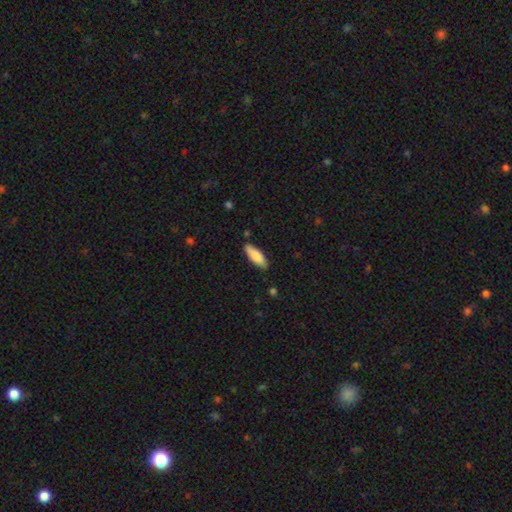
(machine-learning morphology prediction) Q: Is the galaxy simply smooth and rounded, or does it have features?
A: smooth — 84%.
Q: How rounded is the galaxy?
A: in between — 62%.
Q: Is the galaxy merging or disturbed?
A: none — 85%.